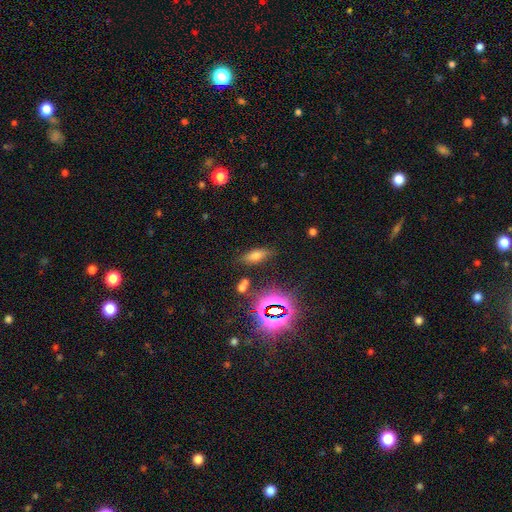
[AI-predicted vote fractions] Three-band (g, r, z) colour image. It shows a smooth galaxy with no disk features (64%) that is in between round and cigar-shaped (72%). Merging: none (75%).